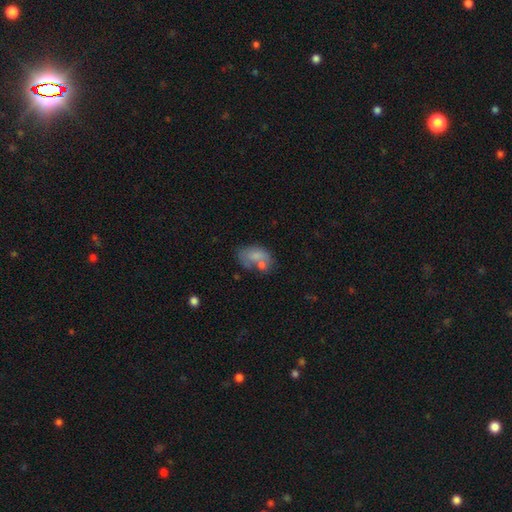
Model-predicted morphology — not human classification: This is likely a smooth galaxy (69%). How rounded: clearly in between (85%). Merging: marginally none (34%).